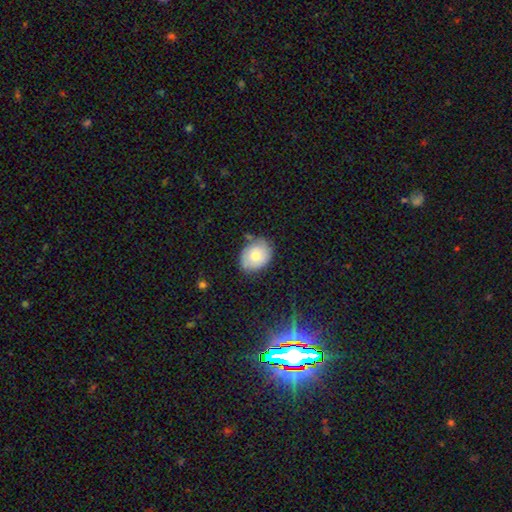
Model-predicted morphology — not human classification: A smooth galaxy with no disk features (66%) that is in between round and cigar-shaped (58%). Merging: none (73%).